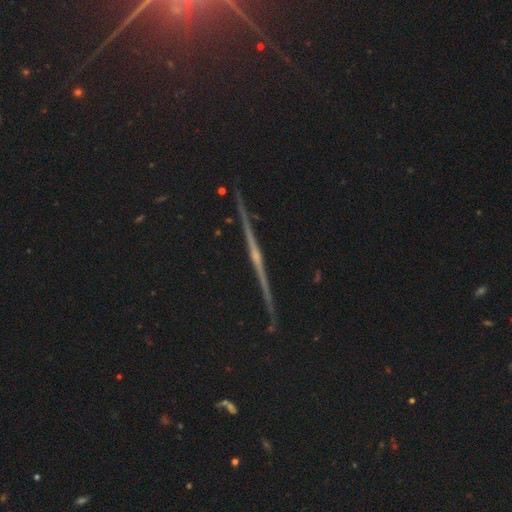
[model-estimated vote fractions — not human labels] Smooth or featured? featured or disk (84%)
Edge-on disk? yes (98%)
Edge-on bulge? rounded (64%)
Merging? none (92%)